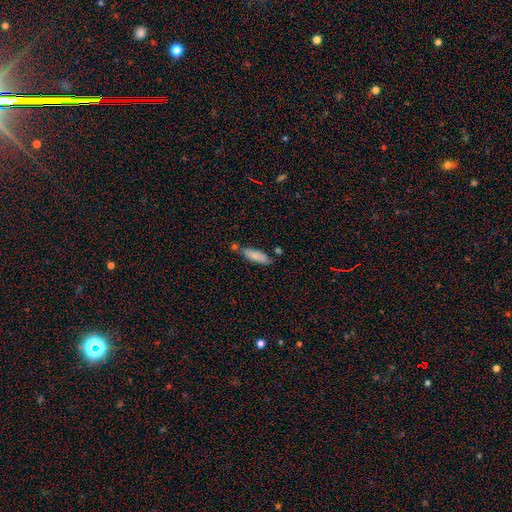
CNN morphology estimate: A smooth galaxy with no disk features (81%) that is cigar-shaped (55%).

Vote fractions:
- Smooth or featured? smooth: 81% / featured or disk: 13% / star or artifact: 6%
- How rounded? cigar-shaped: 55% / in between: 44% / round: 2%
- Merging? none: 66% / minor disturbance: 18% / merger: 11% / major disturbance: 4%